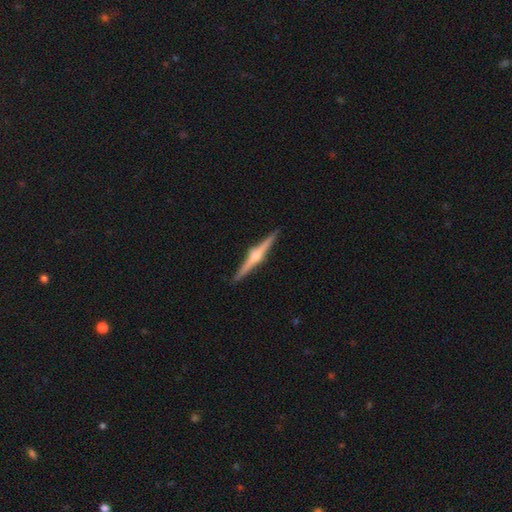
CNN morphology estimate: A featured or disk galaxy (84%) viewed edge-on (99%) with a rounded central bulge (95%). Merging: none (92%).